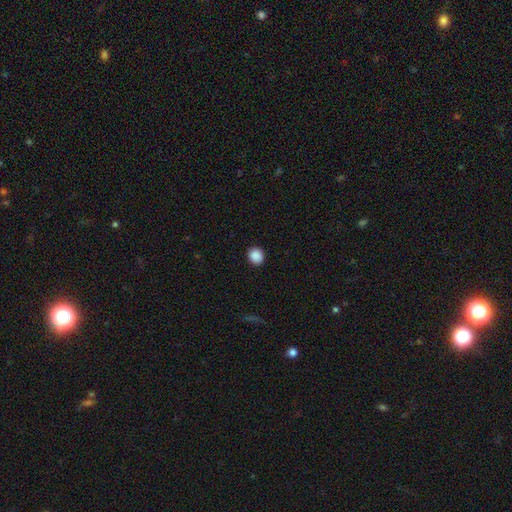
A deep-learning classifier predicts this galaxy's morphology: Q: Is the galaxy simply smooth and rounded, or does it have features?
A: smooth — 89%.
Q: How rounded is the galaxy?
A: round — 76%.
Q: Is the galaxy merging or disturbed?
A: none — 91%.